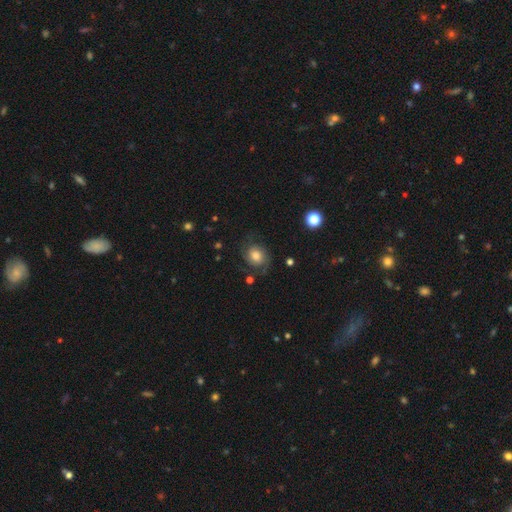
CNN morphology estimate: Smooth or featured: featured or disk — 49% (smooth — 41%)
Merging: none — 69% (minor disturbance — 19%)